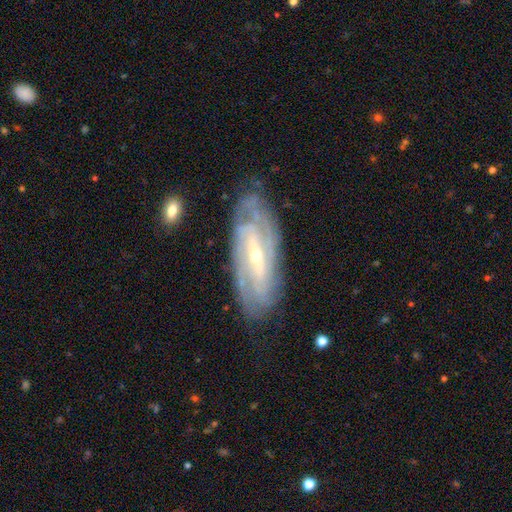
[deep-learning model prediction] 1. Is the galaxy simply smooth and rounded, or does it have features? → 86% featured or disk, 8% smooth, 5% star or artifact.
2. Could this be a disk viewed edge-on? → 88% no, 12% yes.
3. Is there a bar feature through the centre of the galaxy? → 47% strong, 34% weak, 18% no.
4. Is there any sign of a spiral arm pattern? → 93% yes, 7% no.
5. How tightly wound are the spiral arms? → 62% tight, 30% medium, 9% loose.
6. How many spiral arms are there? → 34% can't tell, 33% 2, 13% 3, 10% 4, 5% more than 4, 4% 1.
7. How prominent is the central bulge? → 69% small, 28% moderate, 1% large, 1% none, 1% dominant.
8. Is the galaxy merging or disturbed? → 78% none, 16% minor disturbance, 4% major disturbance, 1% merger.